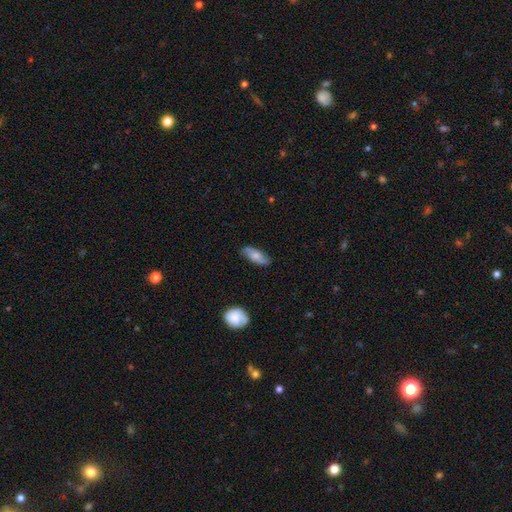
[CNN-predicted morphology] smooth 62%, featured or disk 32%, star or artifact 6%. Down the decision tree: how rounded — in between (74%); merging — none (79%).